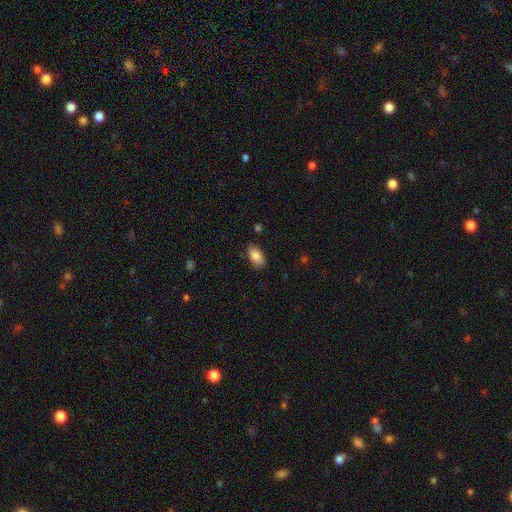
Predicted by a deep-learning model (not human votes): This is clearly a smooth galaxy (85%). How rounded: clearly in between (93%). Merging: clearly none (83%).